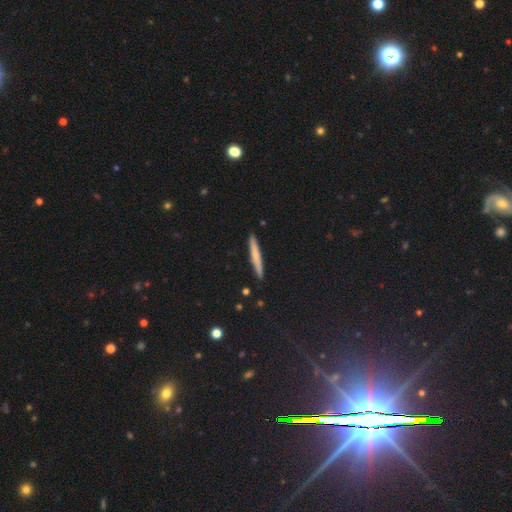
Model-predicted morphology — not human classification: Smooth or featured?
  - smooth: 62% *
  - featured or disk: 31%
  - star or artifact: 7%
How rounded?
  - cigar-shaped: 96% *
  - in between: 3%
  - round: 1%
Merging?
  - none: 91% *
  - minor disturbance: 7%
  - major disturbance: 1%
  - merger: 1%